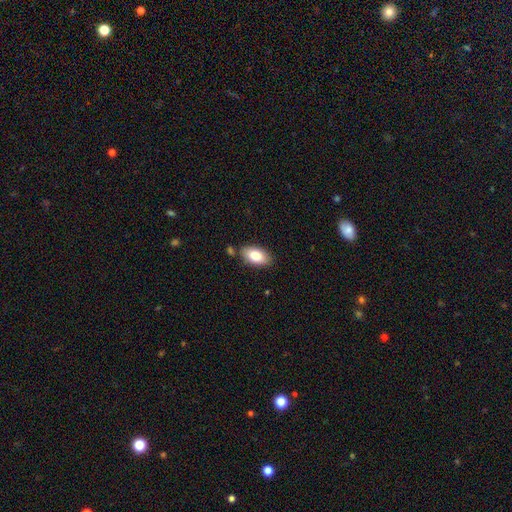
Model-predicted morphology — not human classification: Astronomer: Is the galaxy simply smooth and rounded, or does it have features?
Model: smooth — 83%.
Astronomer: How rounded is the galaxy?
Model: in between — 93%.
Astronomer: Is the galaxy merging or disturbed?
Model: none — 79%.